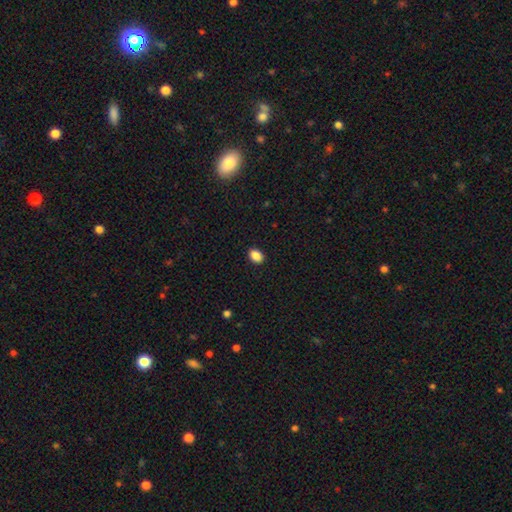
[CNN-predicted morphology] This appears to be a smooth galaxy with no disk features (88%) that is in between round and cigar-shaped (71%). Merging: none (91%).